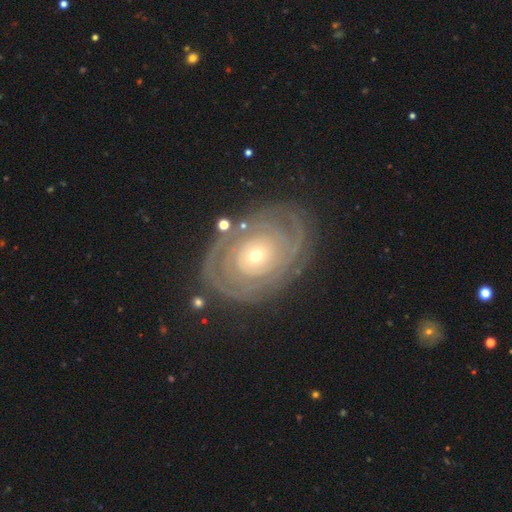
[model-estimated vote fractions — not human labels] A featured or disk galaxy (86%) with no bar (84%), tight (86%) spiral arms (89%) and a small central bulge (59%). Merging: none (78%).